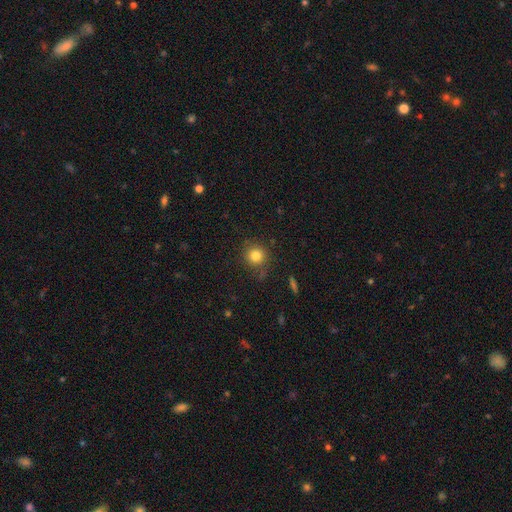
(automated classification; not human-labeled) Q: Smooth or featured?
A: smooth (81%); runner-up: star or artifact (12%)
Q: How rounded?
A: round (91%); runner-up: in between (8%)
Q: Merging?
A: none (82%); runner-up: minor disturbance (11%)